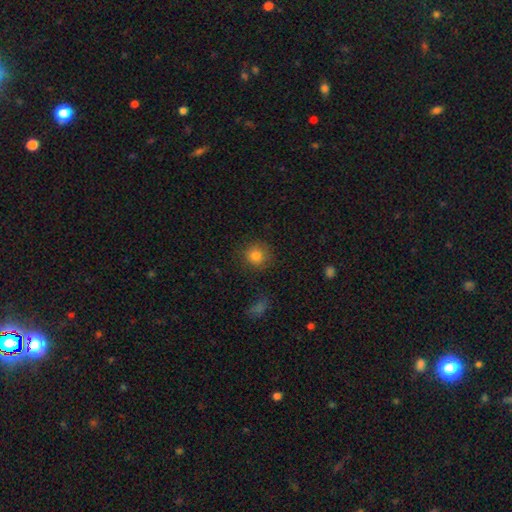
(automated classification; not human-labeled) Smooth or featured: smooth — 83% (star or artifact — 11%)
How rounded: round — 88% (in between — 11%)
Merging: none — 80% (minor disturbance — 12%)